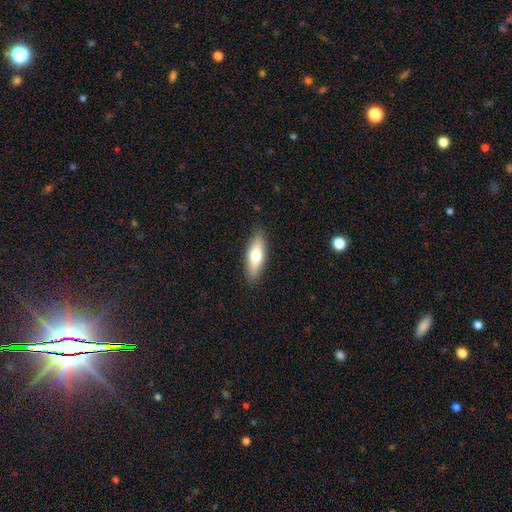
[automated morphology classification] This appears to be a smooth galaxy with no disk features (64%) that is in between round and cigar-shaped (52%). Merging: none (89%).